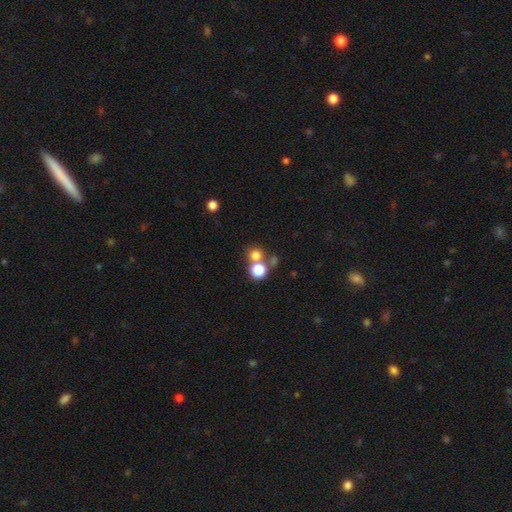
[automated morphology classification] Overall: smooth (74%). How rounded: round (88%). Merging: none (55%; merger 34%).